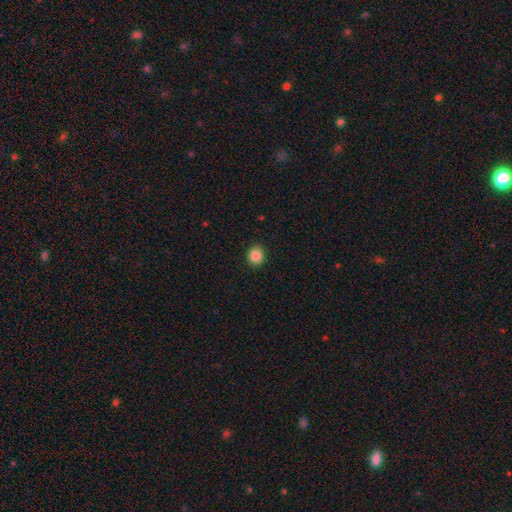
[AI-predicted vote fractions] The model was most divided on "how rounded": round: 84%, in between: 16%, cigar-shaped: 1%. More confident: merging — none (91%); smooth or featured — smooth (87%).